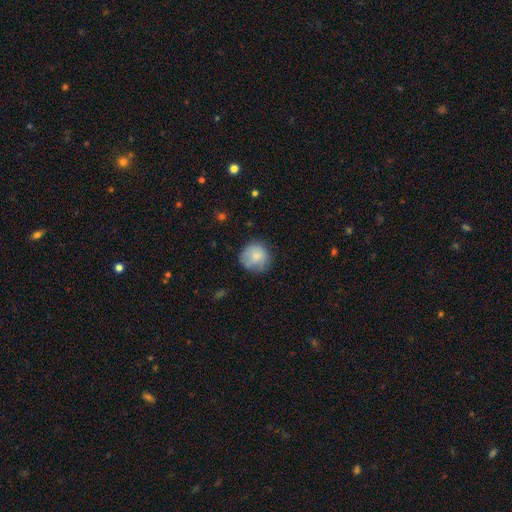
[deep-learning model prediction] smooth 81%, featured or disk 12%, star or artifact 8%. Down the decision tree: how rounded — round (91%); merging — none (74%).